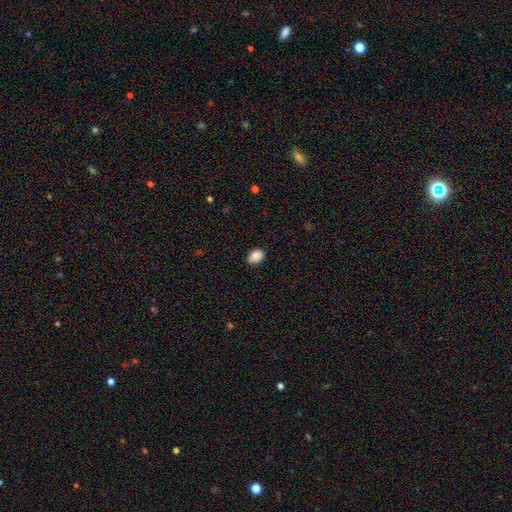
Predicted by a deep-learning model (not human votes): The model was most divided on "how rounded": in between: 68%, round: 31%, cigar-shaped: 1%. More confident: smooth or featured — smooth (83%); merging — none (72%).